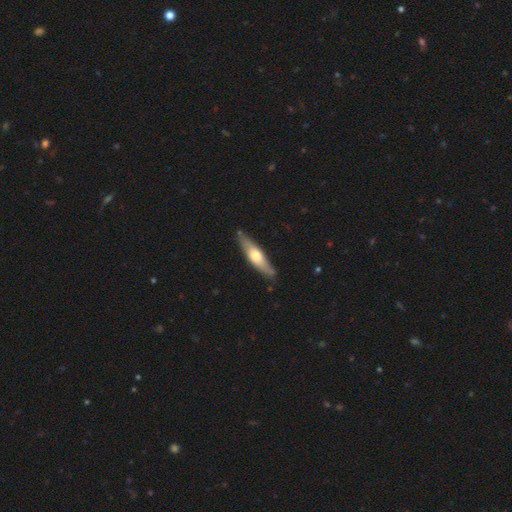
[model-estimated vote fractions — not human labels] featured or disk 49%, smooth 46%, star or artifact 5%. Down the decision tree: merging — none (83%).